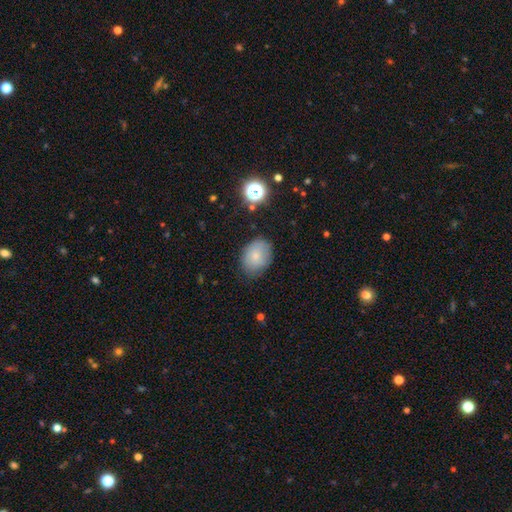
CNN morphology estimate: Overall: smooth (78%). How rounded: in between (64%; round 35%). Merging: none (72%).